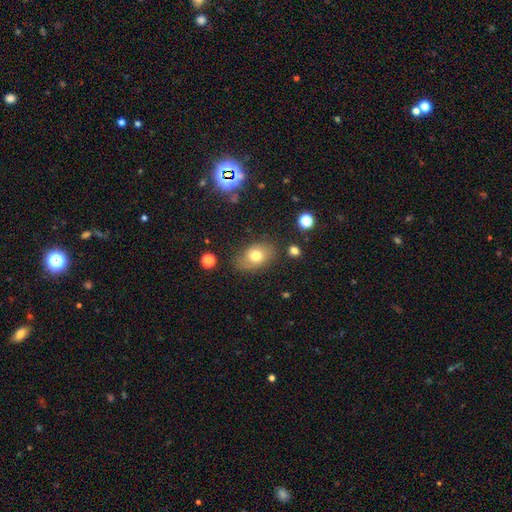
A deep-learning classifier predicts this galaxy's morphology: Smooth or featured?
  - smooth: 68% *
  - featured or disk: 20%
  - star or artifact: 12%
How rounded?
  - in between: 76% *
  - round: 23%
  - cigar-shaped: 1%
Merging?
  - none: 74% *
  - minor disturbance: 18%
  - major disturbance: 5%
  - merger: 2%